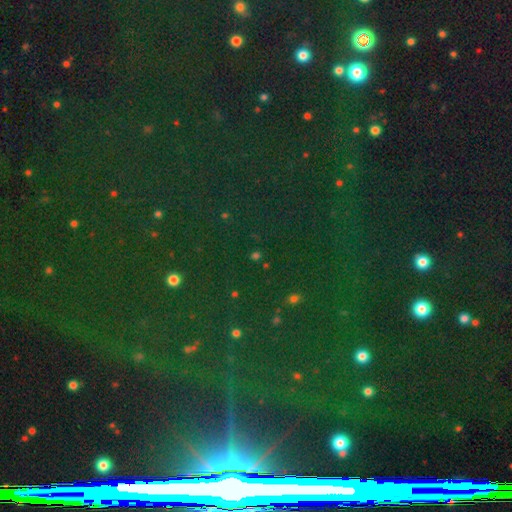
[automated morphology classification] A star or artifact, not a galaxy (77%).